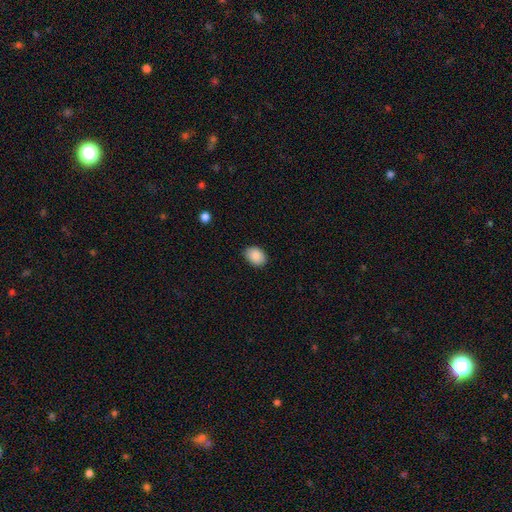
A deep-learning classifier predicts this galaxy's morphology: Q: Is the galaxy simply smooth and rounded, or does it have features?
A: smooth — 89%.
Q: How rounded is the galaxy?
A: in between — 74%.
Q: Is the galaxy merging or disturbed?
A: none — 88%.